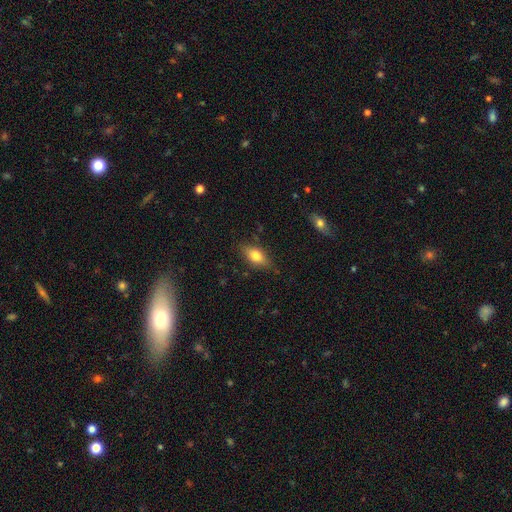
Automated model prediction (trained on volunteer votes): smooth-or-featured: smooth: 75% | featured or disk: 16% | star or artifact: 8%
  how-rounded: in between: 84% | cigar-shaped: 9% | round: 8%
  merging: none: 80% | minor disturbance: 16% | major disturbance: 3% | merger: 2%